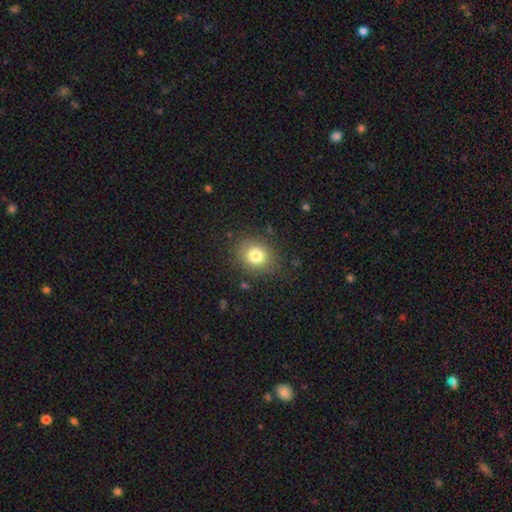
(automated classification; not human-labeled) Smooth or featured? smooth (79%)
How rounded? round (67%)
Merging? none (84%)